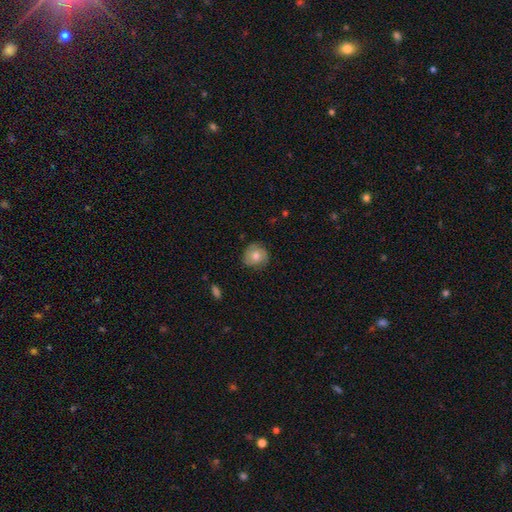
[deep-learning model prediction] A smooth galaxy with no disk features (68%) that is round (89%). Merging: none (77%).